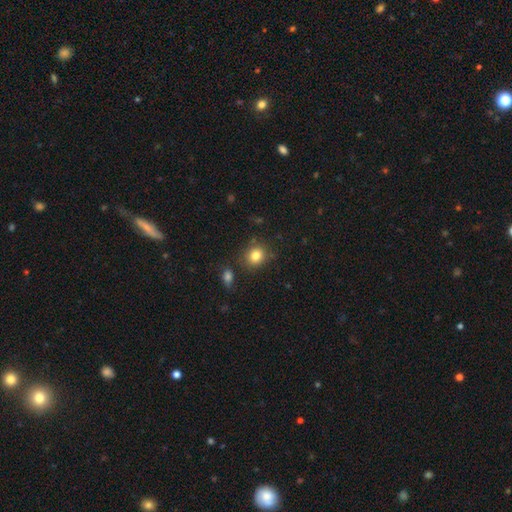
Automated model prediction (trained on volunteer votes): Morphology: type=smooth (82%); roundness=round (76%); merging=none (80%).